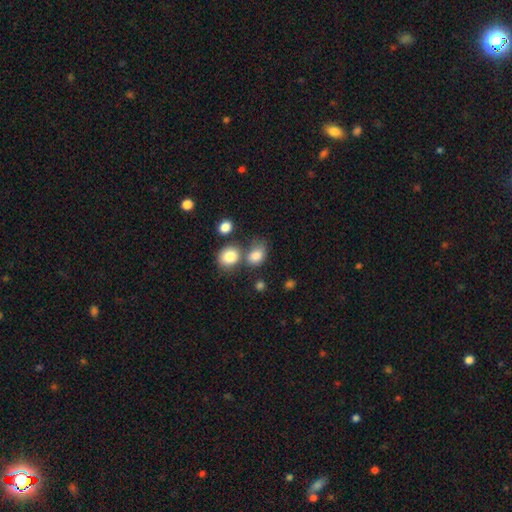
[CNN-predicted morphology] type=smooth (83%); roundness=in between (59%); merging=none (46%).